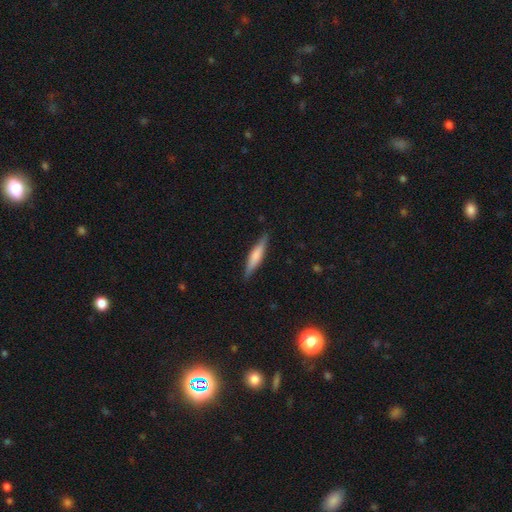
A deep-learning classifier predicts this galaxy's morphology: A smooth galaxy with no disk features (58%) that is cigar-shaped (83%). Merging: none (87%).